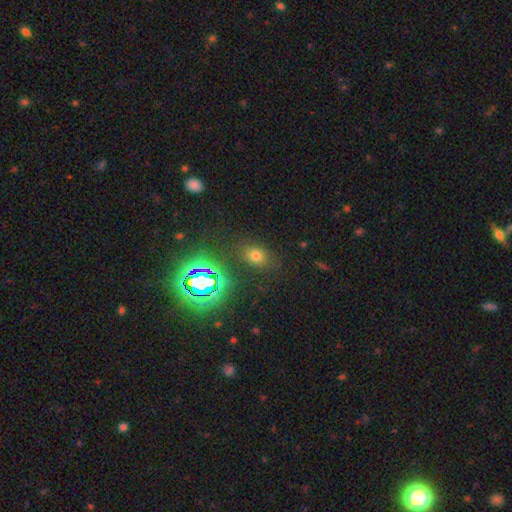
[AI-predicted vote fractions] smooth-or-featured: smooth: 62% | star or artifact: 29% | featured or disk: 9%
  how-rounded: in between: 65% | round: 33% | cigar-shaped: 2%
  merging: none: 84% | minor disturbance: 10% | major disturbance: 4% | merger: 2%